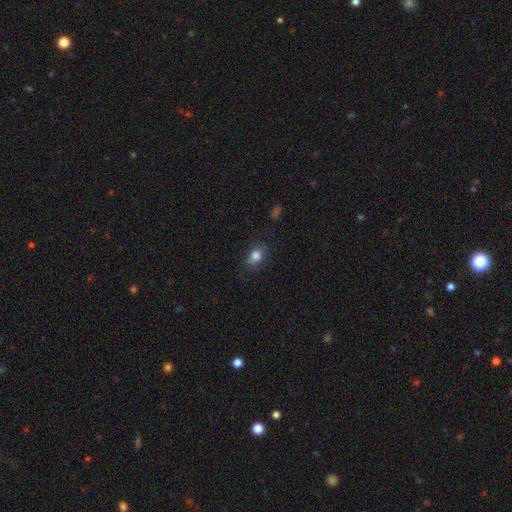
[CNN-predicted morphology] smooth_or_featured: smooth (p=0.83) [alt: star or artifact p=0.10]
how_rounded: in between (p=0.68) [alt: round p=0.30]
merging: none (p=0.77) [alt: minor disturbance p=0.17]